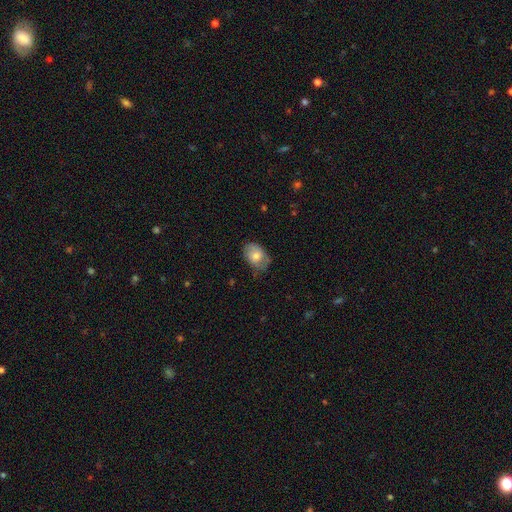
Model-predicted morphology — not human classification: This is likely a smooth galaxy (70%). How rounded: likely in between (77%). Merging: possibly none (56%).